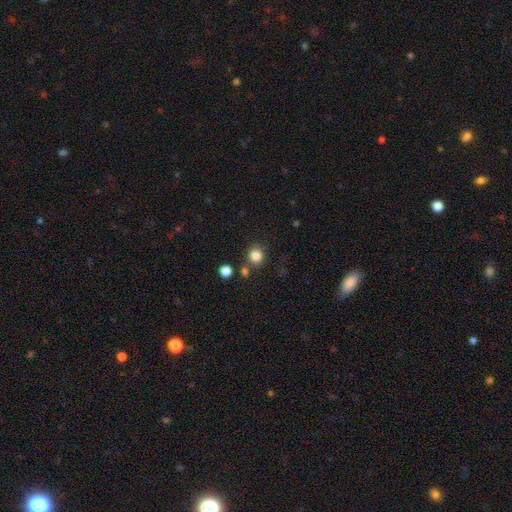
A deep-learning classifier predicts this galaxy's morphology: smooth-or-featured: smooth: 83% | star or artifact: 12% | featured or disk: 5%
  how-rounded: round: 87% | in between: 12% | cigar-shaped: 1%
  merging: none: 79% | minor disturbance: 9% | merger: 9% | major disturbance: 3%